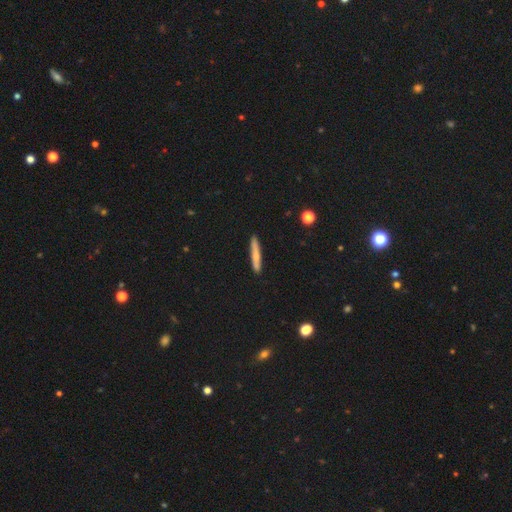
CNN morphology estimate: smooth-or-featured: smooth: 67% | featured or disk: 27% | star or artifact: 6%
  how-rounded: cigar-shaped: 94% | in between: 5% | round: 2%
  merging: none: 89% | minor disturbance: 8% | major disturbance: 1% | merger: 1%